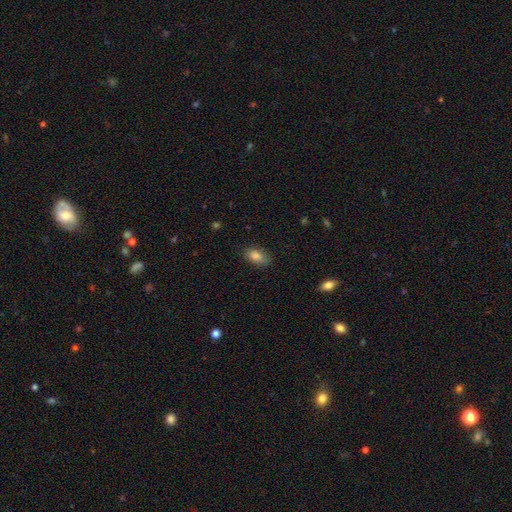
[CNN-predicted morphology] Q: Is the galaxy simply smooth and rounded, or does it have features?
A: smooth — 85%.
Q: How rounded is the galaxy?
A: in between — 89%.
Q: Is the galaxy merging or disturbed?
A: none — 81%.